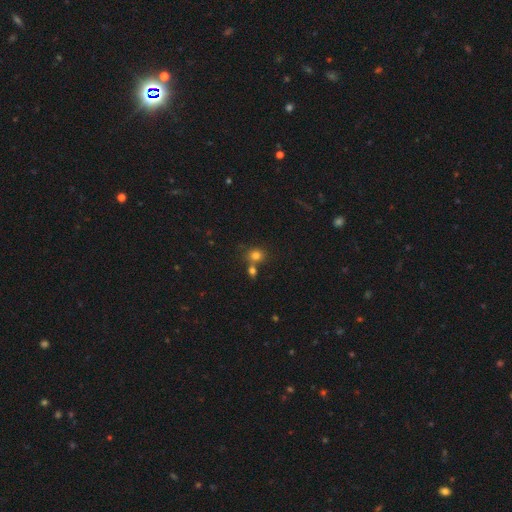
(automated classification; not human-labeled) Q: Smooth or featured?
A: smooth (78%); runner-up: star or artifact (14%)
Q: How rounded?
A: round (71%); runner-up: in between (28%)
Q: Merging?
A: none (59%); runner-up: merger (28%)